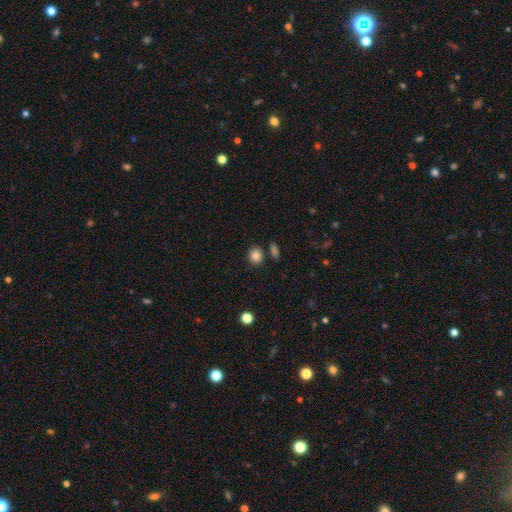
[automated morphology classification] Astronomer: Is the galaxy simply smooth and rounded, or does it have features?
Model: smooth — 84%.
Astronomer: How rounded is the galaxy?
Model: round — 72%.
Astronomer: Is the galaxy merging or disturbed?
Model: none — 80%.